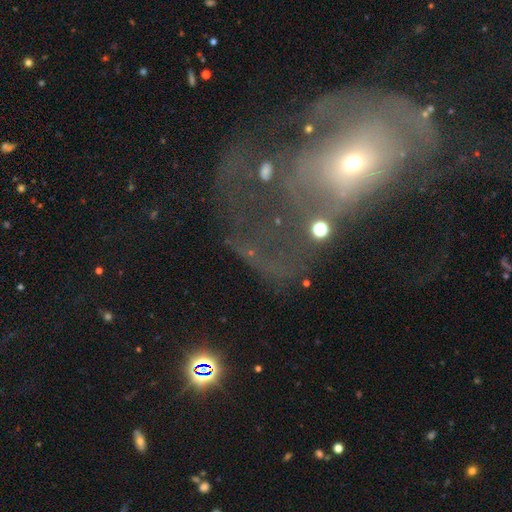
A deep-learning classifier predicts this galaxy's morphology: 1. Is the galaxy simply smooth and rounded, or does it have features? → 48% featured or disk, 27% smooth, 25% star or artifact.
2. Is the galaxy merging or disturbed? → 47% major disturbance, 27% none, 13% minor disturbance, 13% merger.